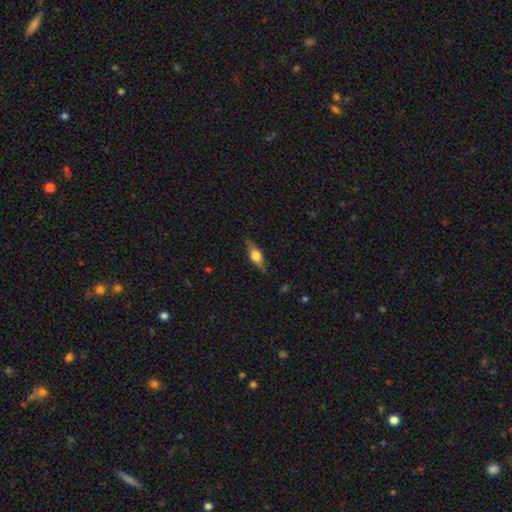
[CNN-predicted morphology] smooth_or_featured: featured or disk (p=0.49) [alt: smooth p=0.44]
merging: none (p=0.81) [alt: minor disturbance p=0.14]